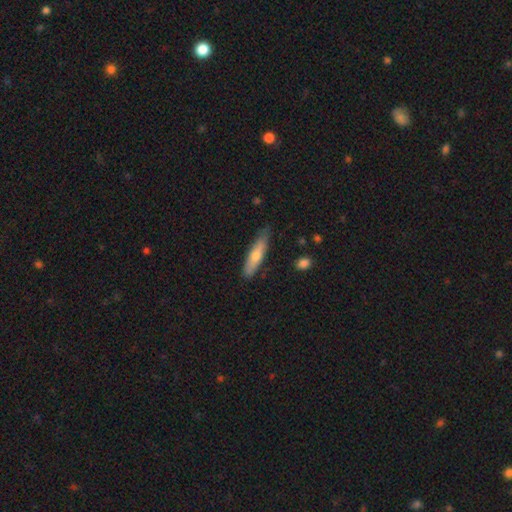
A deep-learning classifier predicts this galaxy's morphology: Smooth or featured?
  - smooth: 65% *
  - featured or disk: 30%
  - star or artifact: 6%
How rounded?
  - cigar-shaped: 81% *
  - in between: 18%
  - round: 2%
Merging?
  - none: 78% *
  - minor disturbance: 18%
  - major disturbance: 3%
  - merger: 2%